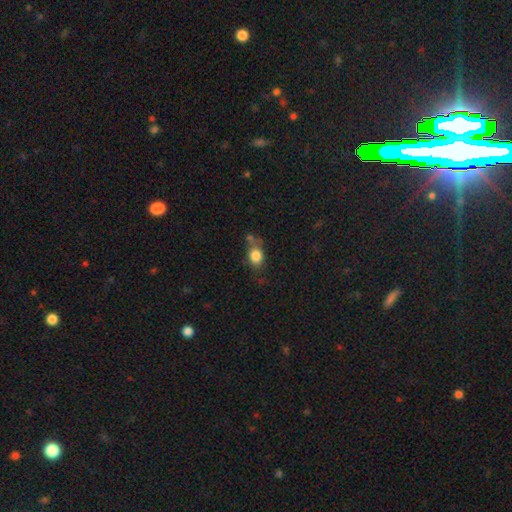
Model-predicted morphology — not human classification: Smooth or featured: smooth — 81% (featured or disk — 10%)
How rounded: in between — 55% (round — 43%)
Merging: none — 49% (minor disturbance — 26%)